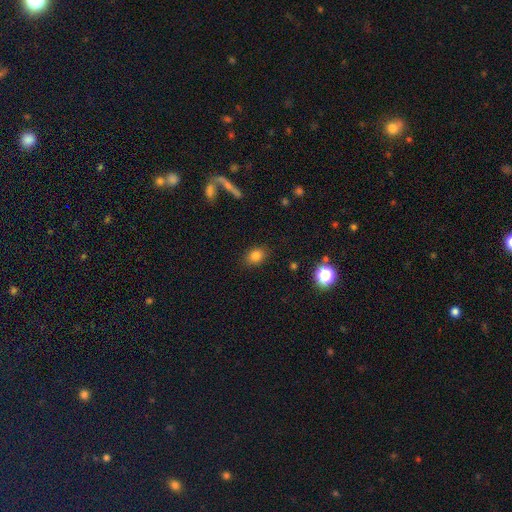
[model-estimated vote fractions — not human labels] Overall: smooth (81%). How rounded: in between (59%; round 40%). Merging: none (86%).